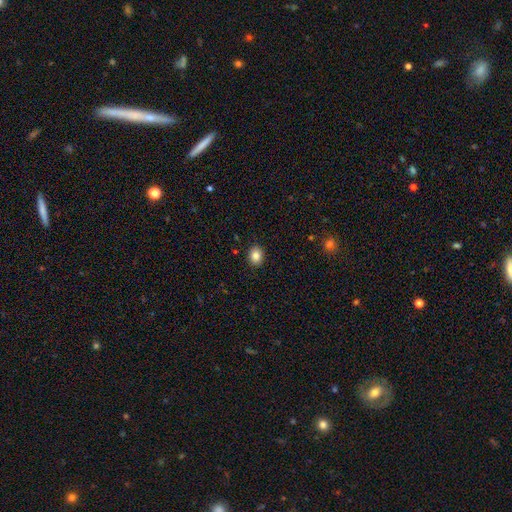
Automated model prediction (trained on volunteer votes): This appears to be a smooth galaxy with no disk features (84%) that is round (53%). Merging: none (90%).